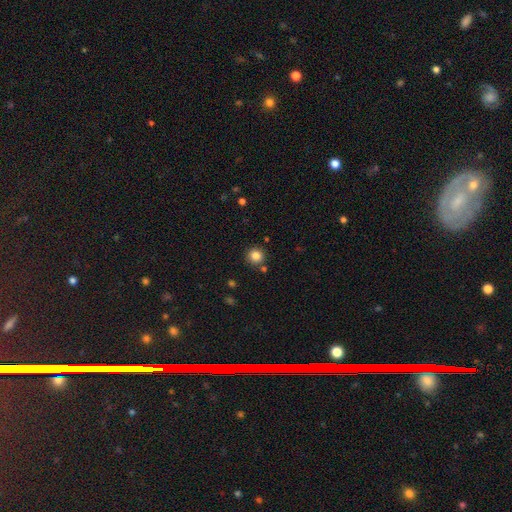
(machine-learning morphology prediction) smooth 84%, star or artifact 12%, featured or disk 5%. Down the decision tree: how rounded — round (94%); merging — none (85%).